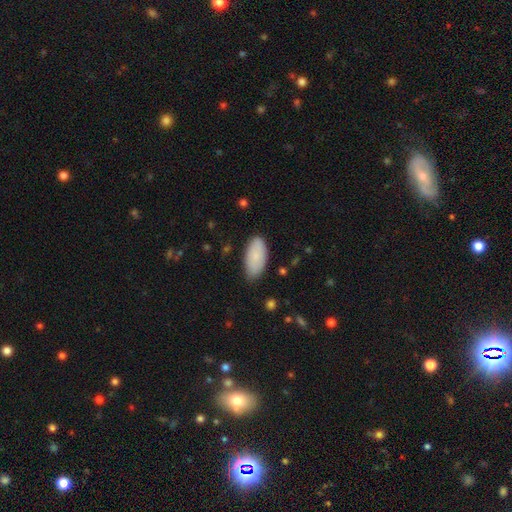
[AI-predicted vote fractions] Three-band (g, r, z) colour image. It shows a smooth galaxy with no disk features (85%) that is in between round and cigar-shaped (94%). Merging: none (79%).